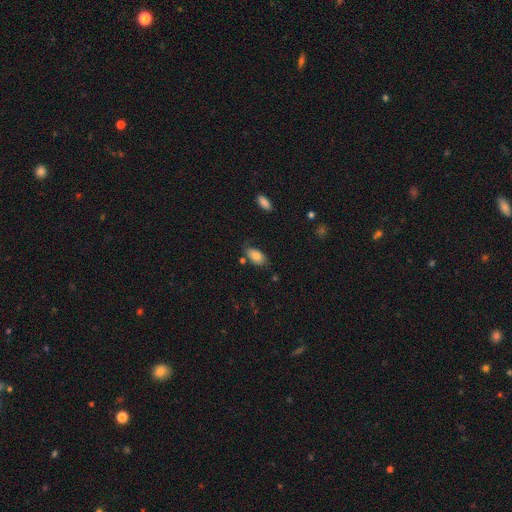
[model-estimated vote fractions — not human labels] This is likely a smooth galaxy (79%). How rounded: clearly in between (93%). Merging: likely none (66%).